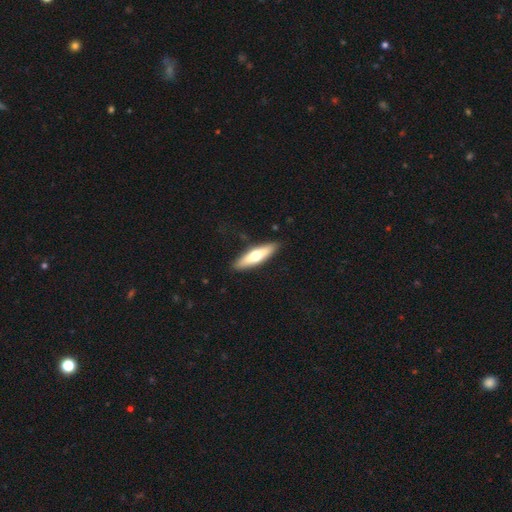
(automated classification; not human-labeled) Smooth or featured: smooth — 52% (featured or disk — 43%)
How rounded: cigar-shaped — 64% (in between — 34%)
Merging: none — 88% (minor disturbance — 9%)